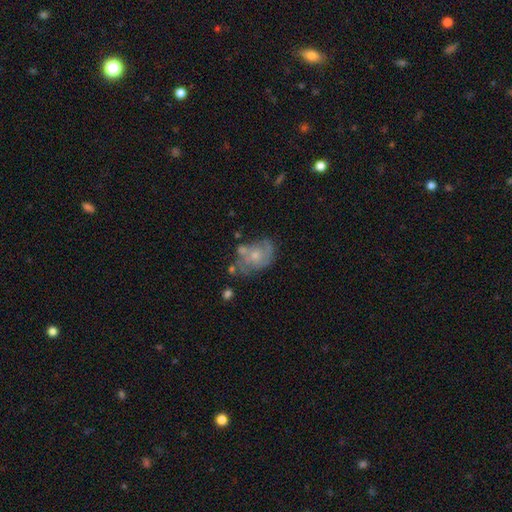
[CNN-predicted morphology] Overall: featured or disk (57%; smooth 34%). Edge-on disk: no (97%). Bar: no (83%). Spiral arms: yes (54%; no 46%). Bulge size: small (60%; moderate 31%). Merging: none (40%; minor disturbance 27%).